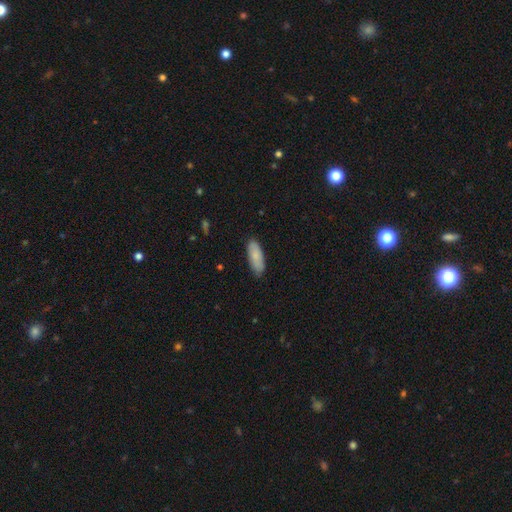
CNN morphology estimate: This appears to be a smooth galaxy with no disk features (83%) that is in between round and cigar-shaped (71%). Merging: none (83%).